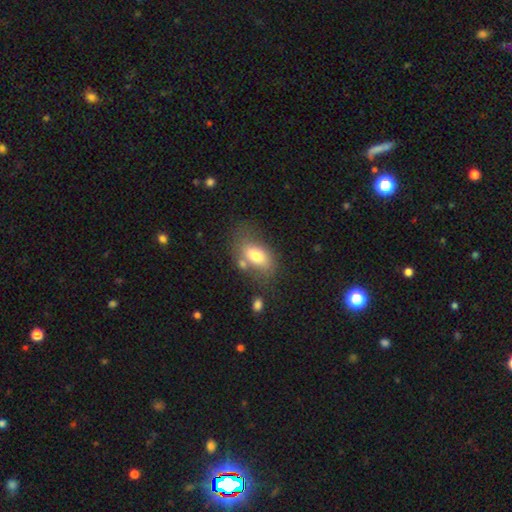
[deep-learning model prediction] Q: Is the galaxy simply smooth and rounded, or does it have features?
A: smooth — 73%.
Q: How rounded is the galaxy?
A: in between — 88%.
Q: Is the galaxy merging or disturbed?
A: none — 56%.